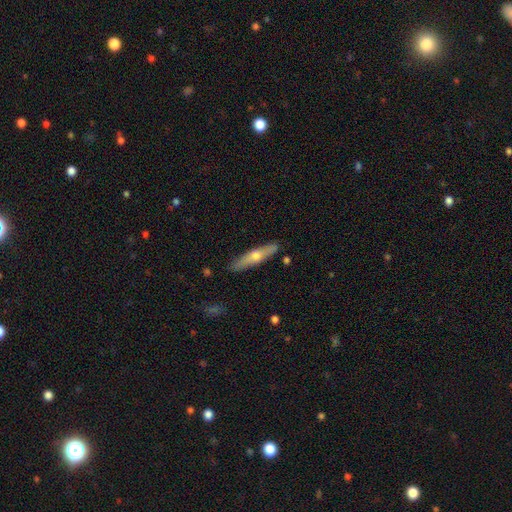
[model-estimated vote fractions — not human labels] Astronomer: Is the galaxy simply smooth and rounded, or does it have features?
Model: featured or disk — 53% (runner-up: smooth, 42%).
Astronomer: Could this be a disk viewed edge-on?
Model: yes — 91%.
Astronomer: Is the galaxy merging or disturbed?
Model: none — 88%.